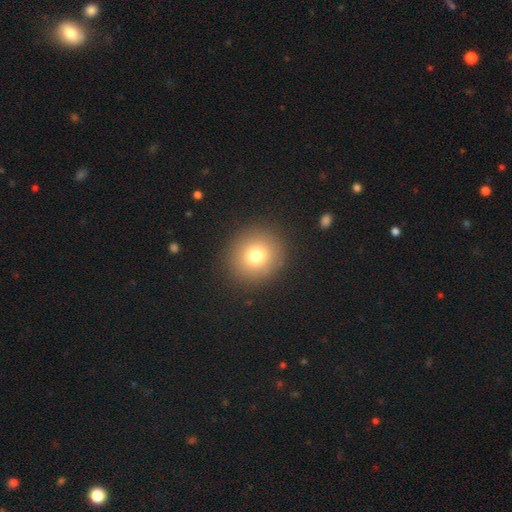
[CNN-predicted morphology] This appears to be a smooth galaxy with no disk features (76%) that is round (90%). Merging: none (90%).